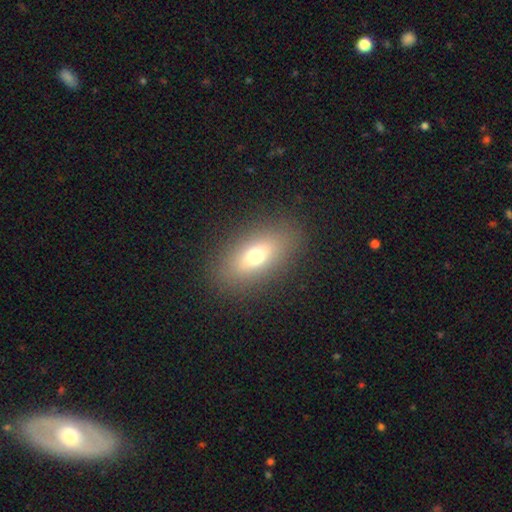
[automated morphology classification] A smooth galaxy with no disk features (67%) that is in between round and cigar-shaped (81%). Merging: none (86%).